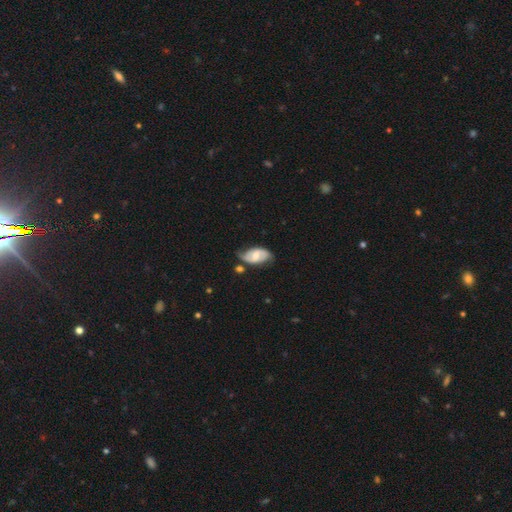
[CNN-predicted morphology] A featured or disk galaxy (66%) with a weak bar (47%), 2 (84%) medium (43%) spiral arms (89%) and a moderate central bulge (52%).

Vote fractions:
- Smooth or featured? featured or disk: 66% / smooth: 28% / star or artifact: 6%
- Edge-on disk? no: 95% / yes: 5%
- Bar? weak: 47% / no: 35% / strong: 18%
- Spiral arms? yes: 89% / no: 11%
- Spiral winding? medium: 43% / tight: 29% / loose: 28%
- Spiral arm count? 2: 84% / can't tell: 10% / 1: 3% / 3: 1% / 4: 1% / more than 4: 1%
- Bulge size? moderate: 52% / small: 36% / large: 6% / none: 5% / dominant: 1%
- Merging? none: 62% / minor disturbance: 25% / major disturbance: 8% / merger: 5%